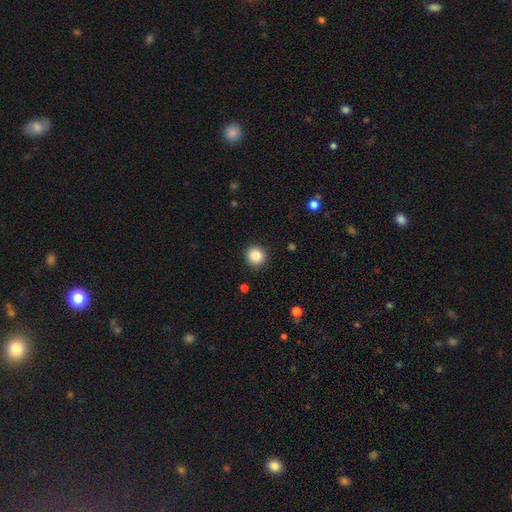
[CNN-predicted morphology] The model was most divided on "smooth or featured": smooth: 85%, star or artifact: 10%, featured or disk: 5%. More confident: how rounded — round (93%); merging — none (92%).